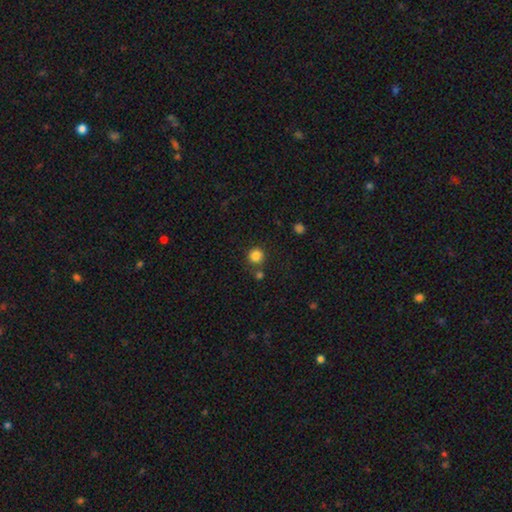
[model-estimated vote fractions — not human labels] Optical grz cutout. It shows a smooth galaxy with no disk features (84%) that is round (93%). Merging: none (78%).